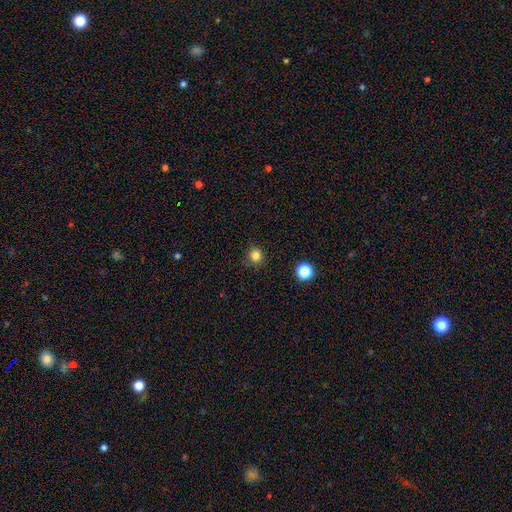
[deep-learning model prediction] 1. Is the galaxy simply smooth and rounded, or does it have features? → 82% smooth, 14% star or artifact, 4% featured or disk.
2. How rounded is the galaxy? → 91% round, 8% in between, 1% cigar-shaped.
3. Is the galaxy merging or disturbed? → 88% none, 8% minor disturbance, 2% major disturbance, 1% merger.